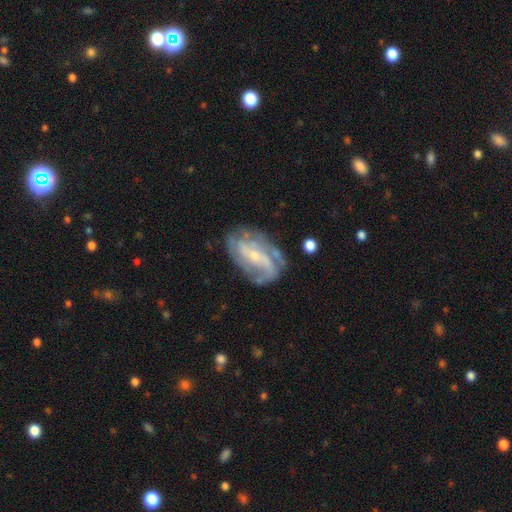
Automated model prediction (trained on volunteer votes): A featured or disk galaxy (82%) with no bar (43%), 2 (41%) medium (41%) spiral arms (90%) and a small central bulge (73%).

Vote fractions:
- Smooth or featured? featured or disk: 82% / smooth: 12% / star or artifact: 7%
- Edge-on disk? no: 96% / yes: 4%
- Bar? no: 43% / weak: 36% / strong: 21%
- Spiral arms? yes: 90% / no: 10%
- Spiral winding? medium: 41% / tight: 34% / loose: 24%
- Spiral arm count? 2: 41% / can't tell: 27% / 3: 17% / 4: 6% / 1: 5% / more than 4: 4%
- Bulge size? small: 73% / moderate: 22% / none: 3% / large: 1% / dominant: 1%
- Merging? none: 65% / minor disturbance: 21% / major disturbance: 11% / merger: 3%